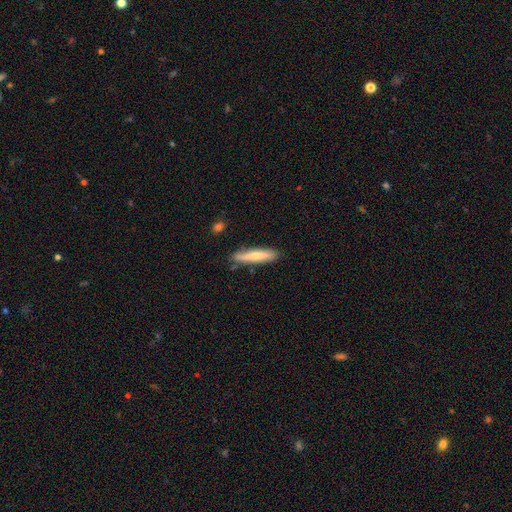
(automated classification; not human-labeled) This appears to be a smooth galaxy with no disk features (57%) that is cigar-shaped (85%). Merging: none (79%).